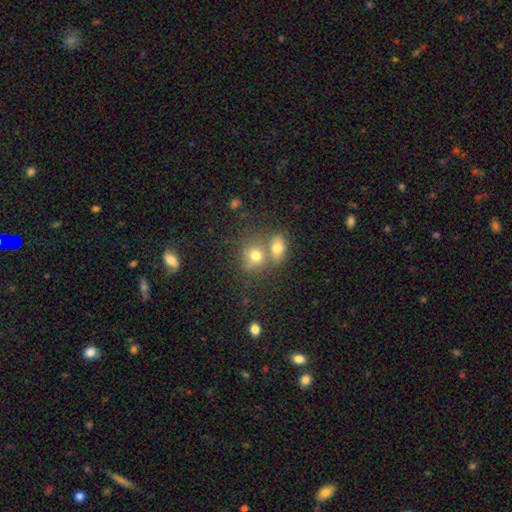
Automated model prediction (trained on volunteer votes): This appears to be a smooth galaxy with no disk features (73%) that is round (57%). Merging: merger (52%).